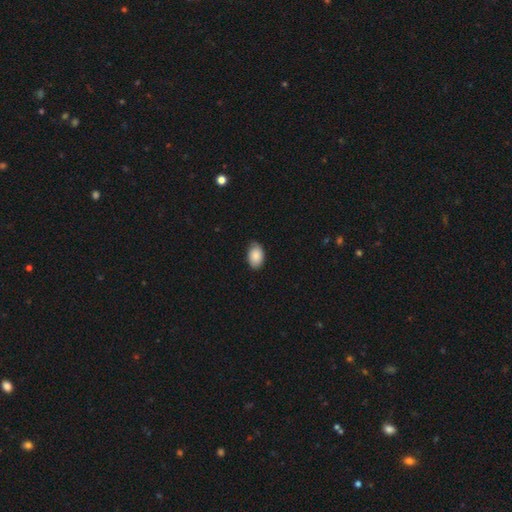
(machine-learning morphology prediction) This is clearly a smooth galaxy (85%). How rounded: clearly in between (88%). Merging: likely none (76%).